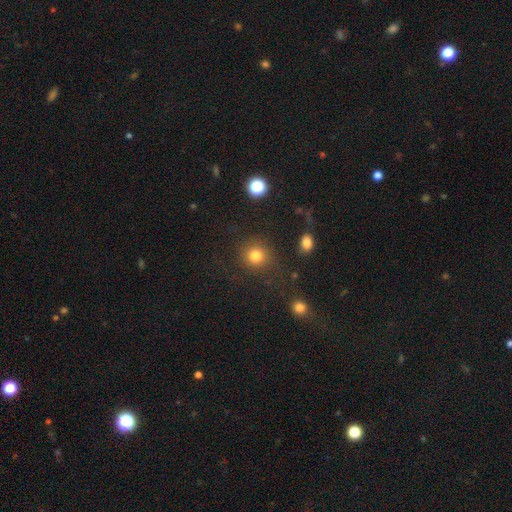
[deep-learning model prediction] Morphology: type=smooth (81%); roundness=round (90%); merging=none (83%).